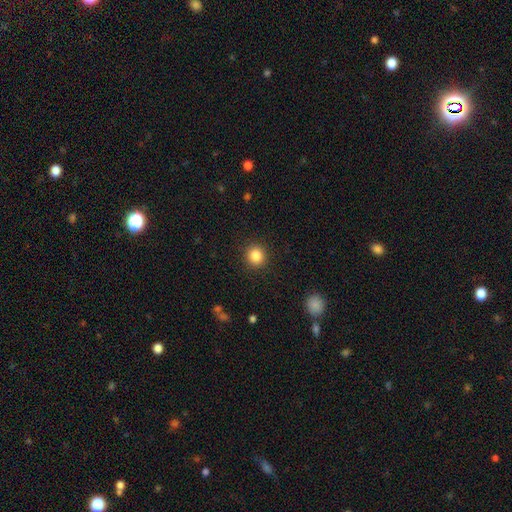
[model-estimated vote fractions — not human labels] Q: Smooth or featured?
A: smooth (85%); runner-up: star or artifact (10%)
Q: How rounded?
A: round (89%); runner-up: in between (10%)
Q: Merging?
A: none (91%); runner-up: minor disturbance (6%)